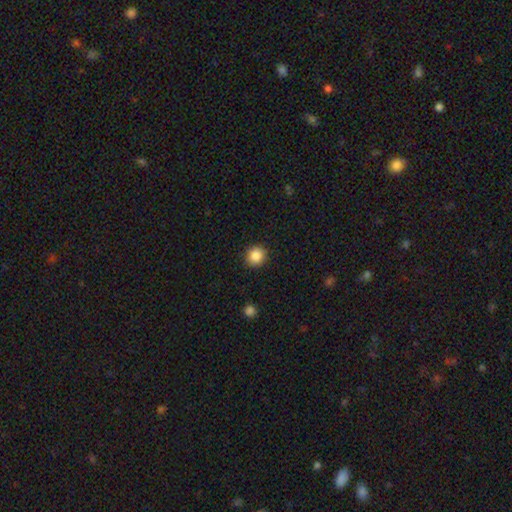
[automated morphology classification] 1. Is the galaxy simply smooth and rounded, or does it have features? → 87% smooth, 9% star or artifact, 4% featured or disk.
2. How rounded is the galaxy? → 88% round, 11% in between, 1% cigar-shaped.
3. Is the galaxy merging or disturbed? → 91% none, 6% minor disturbance, 2% major disturbance, 1% merger.